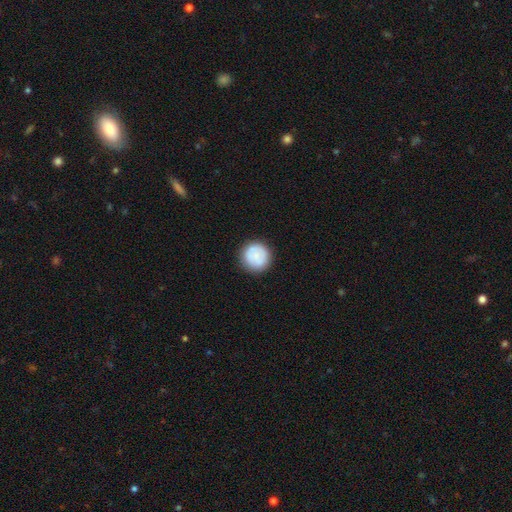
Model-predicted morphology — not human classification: A smooth galaxy with no disk features (77%) that is round (95%).

Vote fractions:
- Smooth or featured? smooth: 77% / featured or disk: 16% / star or artifact: 7%
- How rounded? round: 95% / in between: 4% / cigar-shaped: 1%
- Merging? none: 88% / minor disturbance: 8% / major disturbance: 2% / merger: 1%